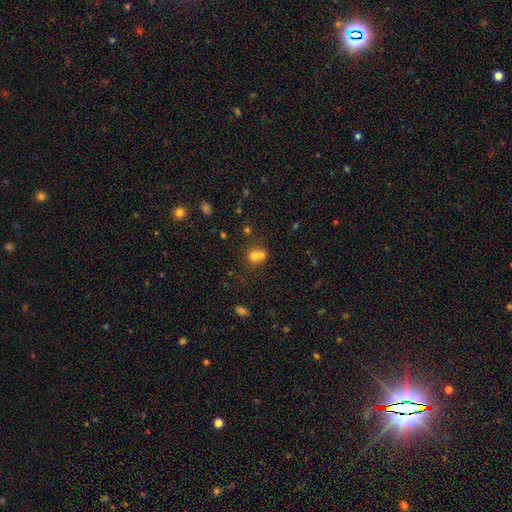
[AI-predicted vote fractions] smooth_or_featured: smooth (p=0.68) [alt: star or artifact p=0.16]
how_rounded: round (p=0.81) [alt: in between p=0.18]
merging: merger (p=0.55) [alt: none p=0.36]